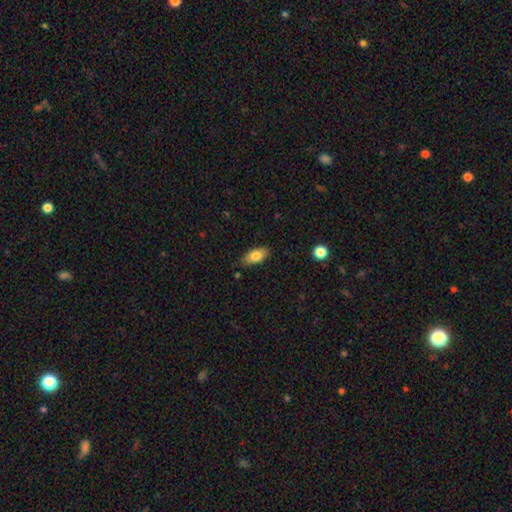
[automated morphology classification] Overall: smooth (80%). How rounded: in between (87%). Merging: none (79%).